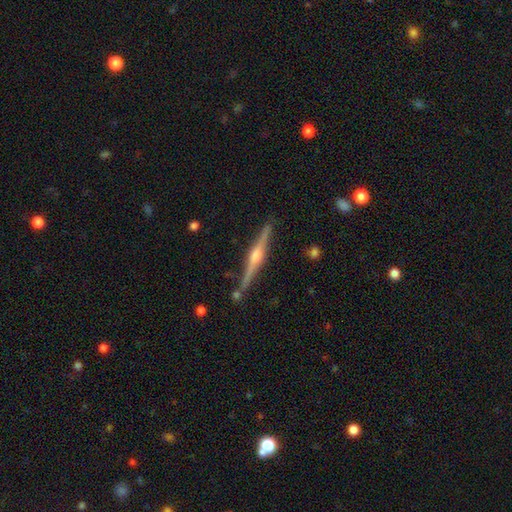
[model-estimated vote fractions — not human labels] Q: Smooth or featured?
A: featured or disk (86%); runner-up: smooth (9%)
Q: Edge-on disk?
A: yes (98%); runner-up: no (2%)
Q: Edge-on bulge?
A: rounded (90%); runner-up: boxy (6%)
Q: Merging?
A: none (87%); runner-up: minor disturbance (8%)